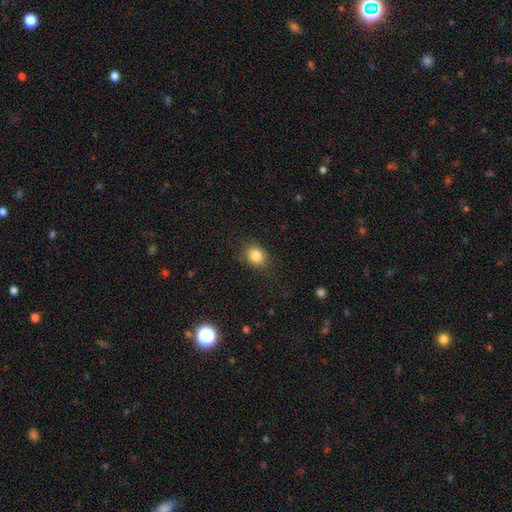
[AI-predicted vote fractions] A smooth galaxy with no disk features (84%) that is in between round and cigar-shaped (51%). Merging: none (83%).